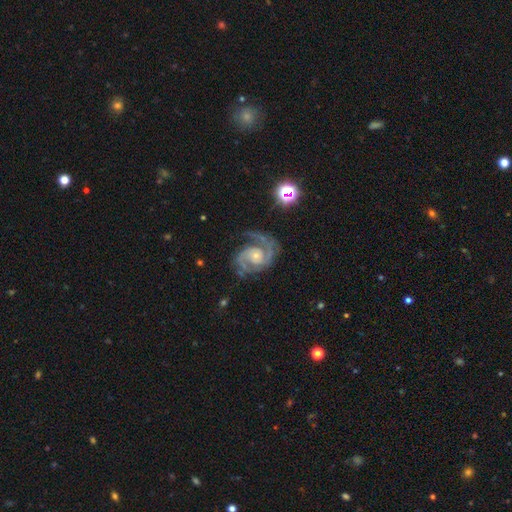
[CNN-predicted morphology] smooth_or_featured: featured or disk (p=0.91) [alt: star or artifact p=0.05]
disk_edge_on: no (p=0.98) [alt: yes p=0.02]
bar: no (p=0.66) [alt: weak p=0.27]
has_spiral_arms: yes (p=0.98) [alt: no p=0.02]
spiral_winding: medium (p=0.53) [alt: tight p=0.36]
spiral_arm_count: 2 (p=0.84) [alt: 3 p=0.06]
bulge_size: small (p=0.65) [alt: moderate p=0.30]
merging: none (p=0.67) [alt: minor disturbance p=0.19]